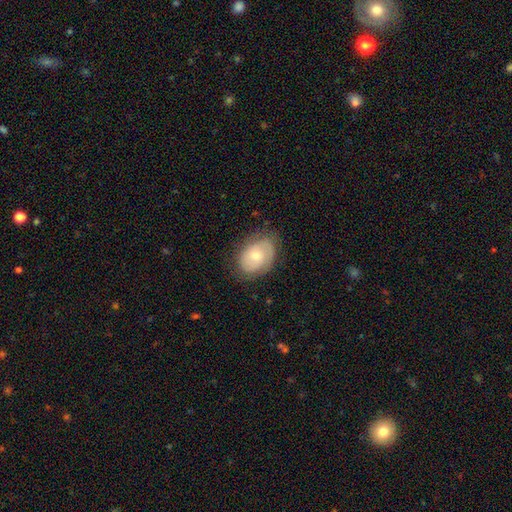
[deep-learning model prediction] Q: Smooth or featured?
A: featured or disk (52%); runner-up: smooth (41%)
Q: Edge-on disk?
A: no (96%); runner-up: yes (4%)
Q: Bar?
A: no (76%); runner-up: weak (20%)
Q: Spiral arms?
A: yes (76%); runner-up: no (24%)
Q: Bulge size?
A: moderate (54%); runner-up: small (41%)
Q: Merging?
A: none (74%); runner-up: minor disturbance (19%)